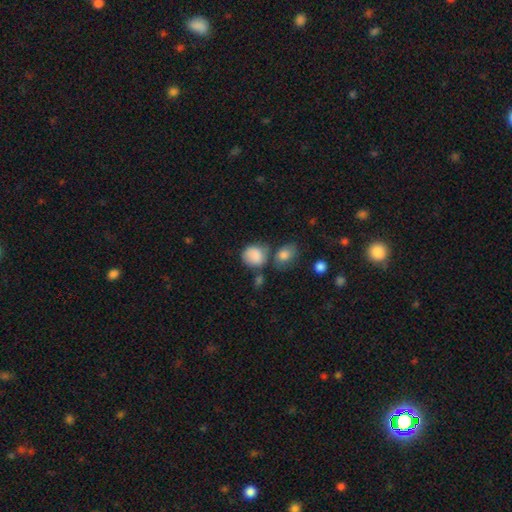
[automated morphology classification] Q: Smooth or featured?
A: smooth (86%); runner-up: star or artifact (8%)
Q: How rounded?
A: round (69%); runner-up: in between (30%)
Q: Merging?
A: none (53%); runner-up: minor disturbance (21%)